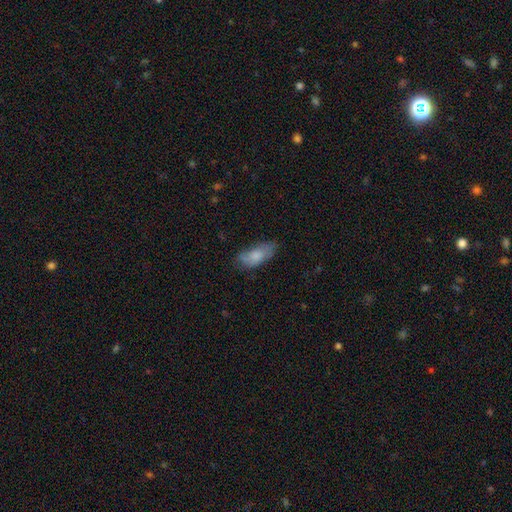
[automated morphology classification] smooth-or-featured: smooth: 74% | featured or disk: 18% | star or artifact: 7%
  how-rounded: in between: 87% | cigar-shaped: 10% | round: 3%
  merging: none: 56% | minor disturbance: 31% | major disturbance: 11% | merger: 2%